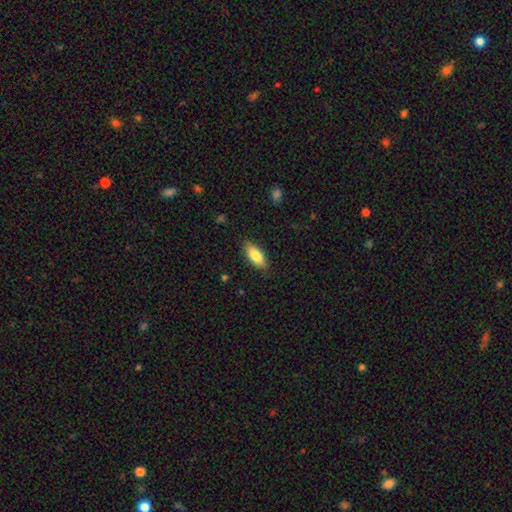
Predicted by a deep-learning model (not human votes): smooth 82%, featured or disk 12%, star or artifact 6%. Down the decision tree: how rounded — in between (80%); merging — none (85%).